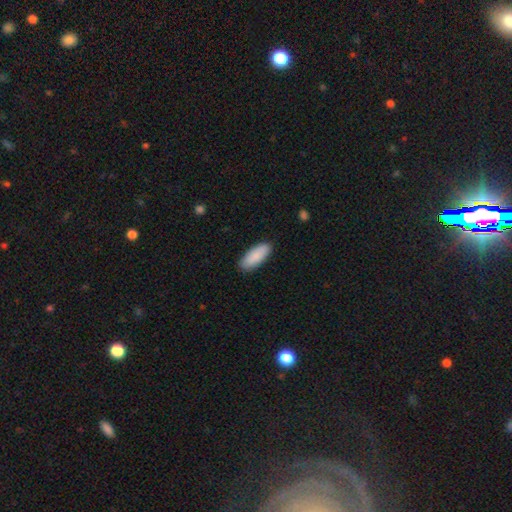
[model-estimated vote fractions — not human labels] Smooth or featured: smooth — 89% (featured or disk — 6%)
How rounded: in between — 79% (cigar-shaped — 19%)
Merging: none — 87% (minor disturbance — 10%)